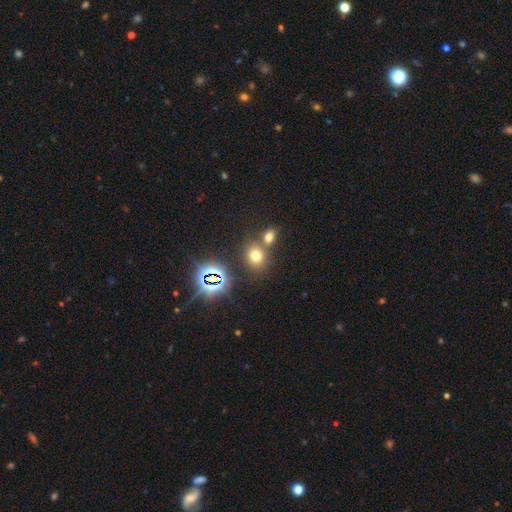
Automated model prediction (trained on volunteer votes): smooth_or_featured: smooth (p=0.66) [alt: star or artifact p=0.25]
how_rounded: round (p=0.57) [alt: in between p=0.41]
merging: none (p=0.60) [alt: merger p=0.27]